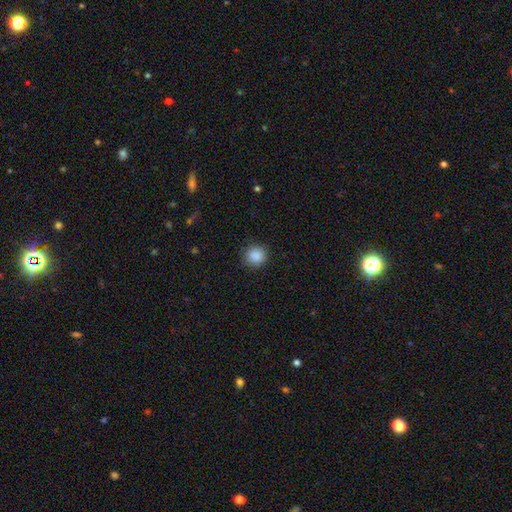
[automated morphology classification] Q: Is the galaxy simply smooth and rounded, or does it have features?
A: smooth — 88%.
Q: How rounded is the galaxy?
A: round — 90%.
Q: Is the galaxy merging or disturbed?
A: none — 89%.